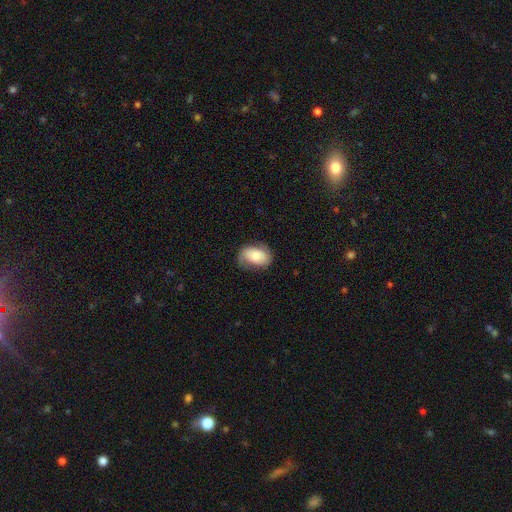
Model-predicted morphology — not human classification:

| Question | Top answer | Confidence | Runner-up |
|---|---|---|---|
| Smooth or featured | smooth | 57% | featured or disk (36%) |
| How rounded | in between | 84% | round (15%) |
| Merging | none | 61% | minor disturbance (27%) |